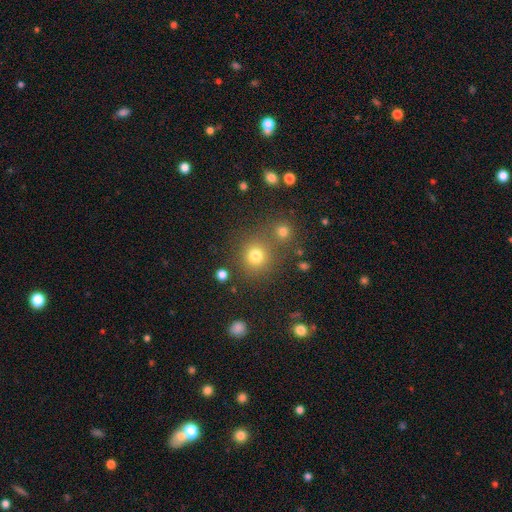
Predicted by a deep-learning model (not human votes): Morphology: type=smooth (76%); roundness=round (88%); merging=none (70%).